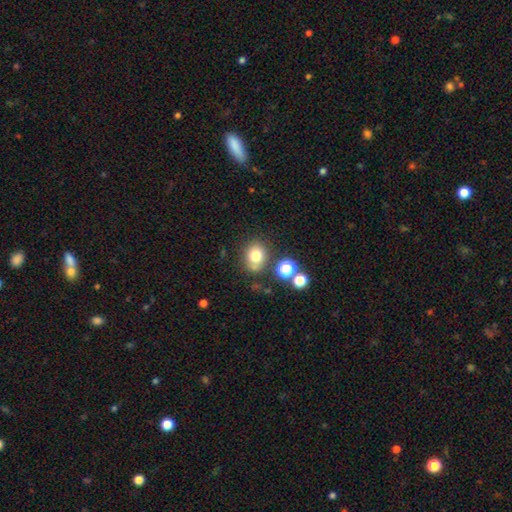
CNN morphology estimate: Overall: smooth (76%). How rounded: round (62%; in between 37%). Merging: none (71%).